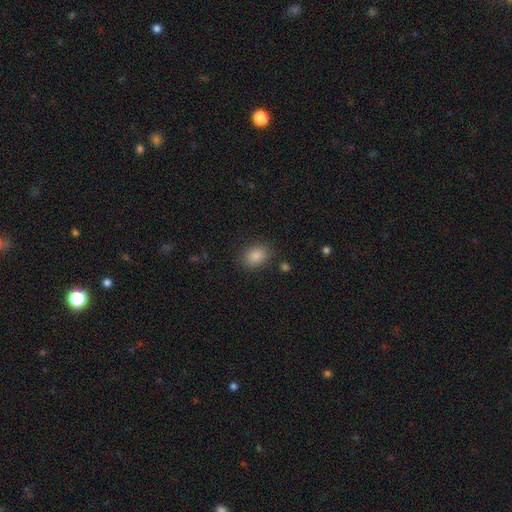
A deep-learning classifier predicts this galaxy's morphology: smooth-or-featured: smooth: 84% | star or artifact: 11% | featured or disk: 5%
  how-rounded: in between: 64% | round: 35% | cigar-shaped: 1%
  merging: none: 86% | minor disturbance: 9% | major disturbance: 3% | merger: 2%